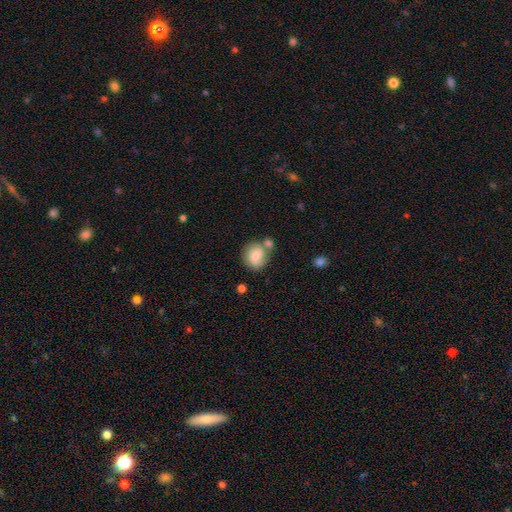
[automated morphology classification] Smooth or featured?
  - smooth: 66% *
  - featured or disk: 26%
  - star or artifact: 8%
How rounded?
  - round: 70% *
  - in between: 29%
  - cigar-shaped: 1%
Merging?
  - none: 49% *
  - merger: 25%
  - minor disturbance: 19%
  - major disturbance: 7%